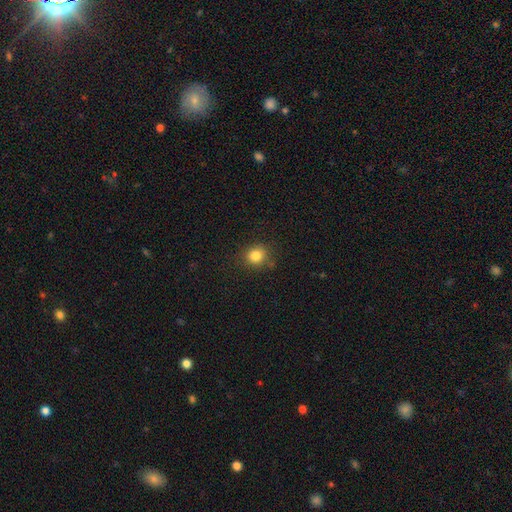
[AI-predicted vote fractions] This appears to be a smooth galaxy with no disk features (83%) that is round (82%). Merging: none (82%).